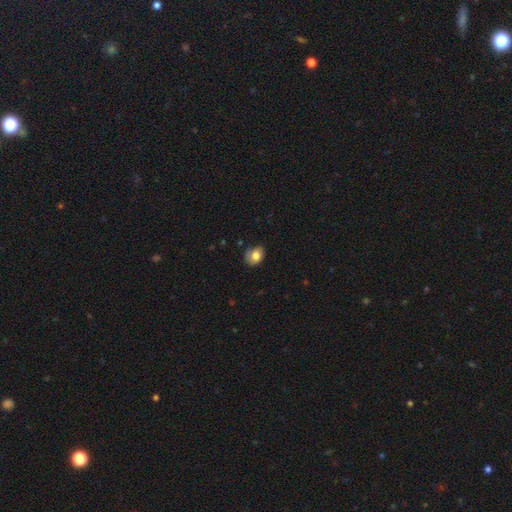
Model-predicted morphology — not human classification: smooth 75%, featured or disk 16%, star or artifact 9%. Down the decision tree: how rounded — in between (58%); merging — none (54%).